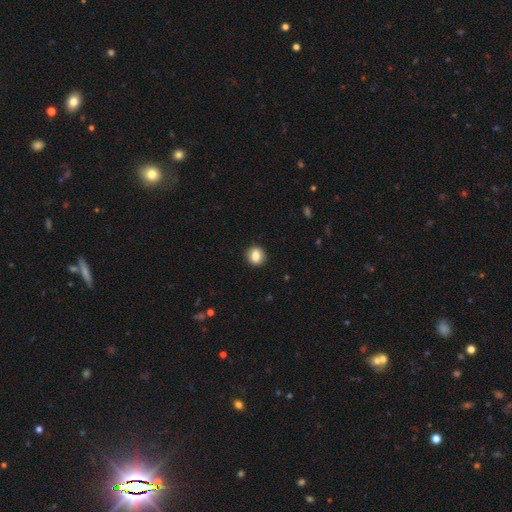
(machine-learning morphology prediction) smooth_or_featured: smooth (p=0.86) [alt: star or artifact p=0.08]
how_rounded: round (p=0.69) [alt: in between p=0.29]
merging: none (p=0.90) [alt: minor disturbance p=0.07]